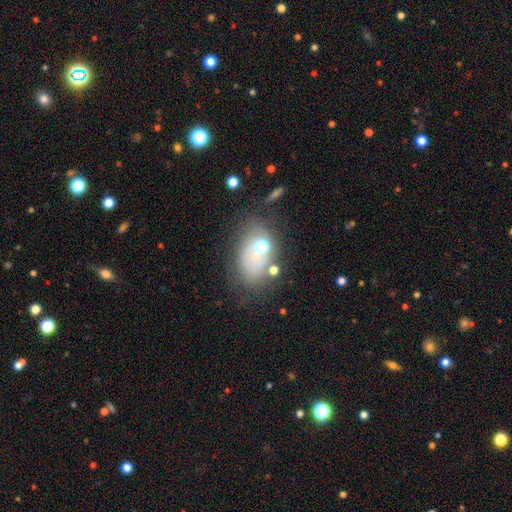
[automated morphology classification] smooth_or_featured: smooth (p=0.57) [alt: featured or disk p=0.24]
how_rounded: in between (p=0.76) [alt: round p=0.22]
merging: none (p=0.49) [alt: minor disturbance p=0.24]